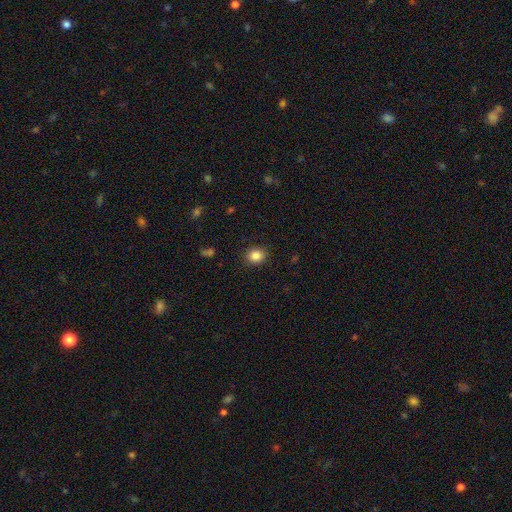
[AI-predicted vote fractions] This is clearly a smooth galaxy (86%). How rounded: likely round (70%). Merging: clearly none (89%).